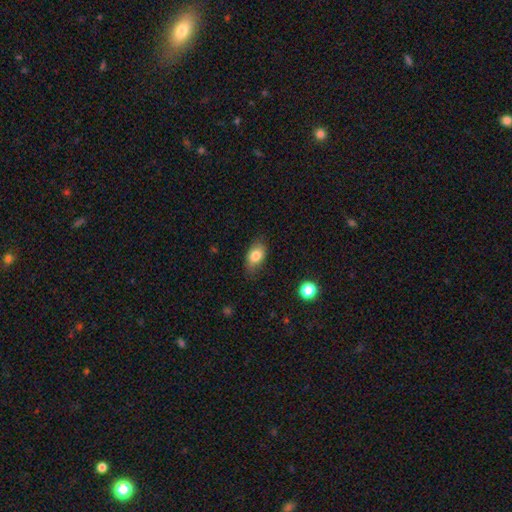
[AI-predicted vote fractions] Q: Smooth or featured?
A: smooth (81%); runner-up: featured or disk (11%)
Q: How rounded?
A: in between (87%); runner-up: round (10%)
Q: Merging?
A: none (75%); runner-up: minor disturbance (19%)